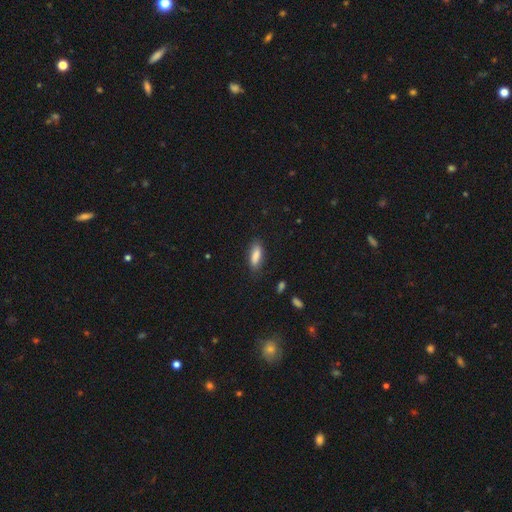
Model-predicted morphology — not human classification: Smooth or featured?
  - smooth: 85% *
  - featured or disk: 8%
  - star or artifact: 7%
How rounded?
  - in between: 63% *
  - cigar-shaped: 35%
  - round: 2%
Merging?
  - none: 79% *
  - minor disturbance: 16%
  - major disturbance: 4%
  - merger: 2%